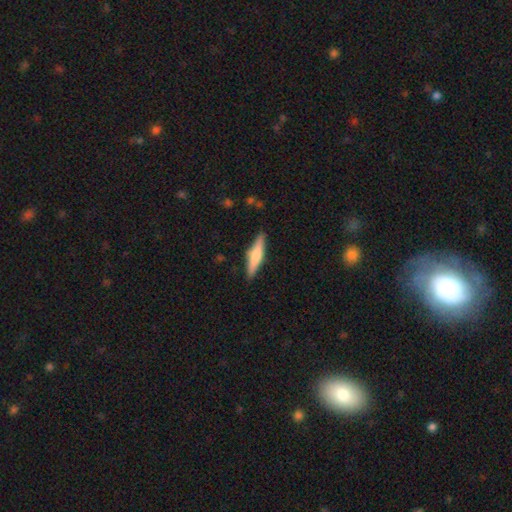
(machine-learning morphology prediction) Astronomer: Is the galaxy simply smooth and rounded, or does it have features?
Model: smooth — 59% (runner-up: featured or disk, 35%).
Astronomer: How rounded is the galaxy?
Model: cigar-shaped — 81%.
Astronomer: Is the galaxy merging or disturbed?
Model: none — 86%.